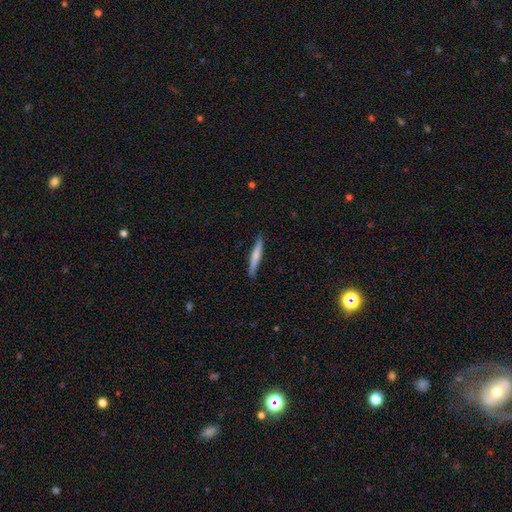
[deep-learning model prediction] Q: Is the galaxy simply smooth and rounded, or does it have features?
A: smooth — 65%.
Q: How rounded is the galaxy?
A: cigar-shaped — 95%.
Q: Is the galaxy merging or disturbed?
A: none — 86%.